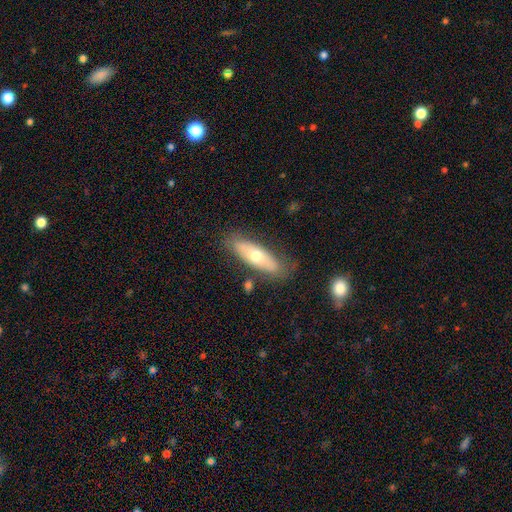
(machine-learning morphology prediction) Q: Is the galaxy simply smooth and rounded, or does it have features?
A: smooth — 56%.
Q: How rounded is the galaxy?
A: in between — 57%.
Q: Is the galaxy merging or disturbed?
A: none — 76%.